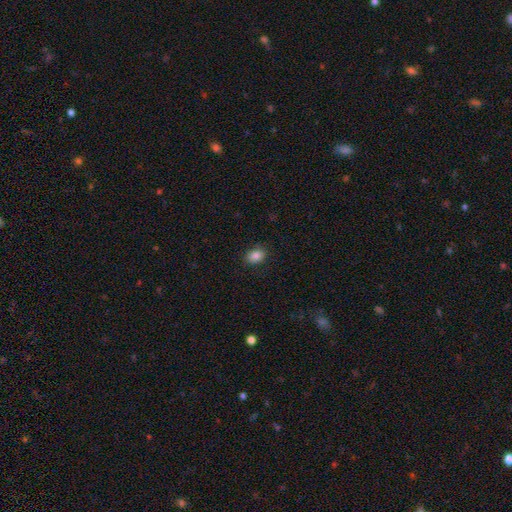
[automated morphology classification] A smooth galaxy with no disk features (86%) that is in between round and cigar-shaped (72%). Merging: none (87%).